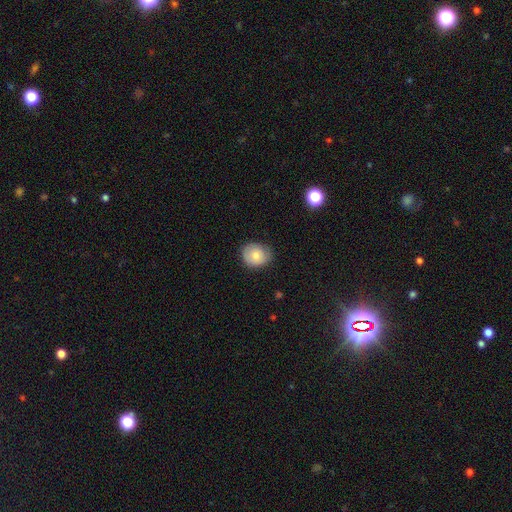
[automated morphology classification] smooth-or-featured: smooth: 76% | featured or disk: 16% | star or artifact: 8%
  how-rounded: round: 70% | in between: 29% | cigar-shaped: 1%
  merging: none: 77% | minor disturbance: 18% | major disturbance: 4% | merger: 1%